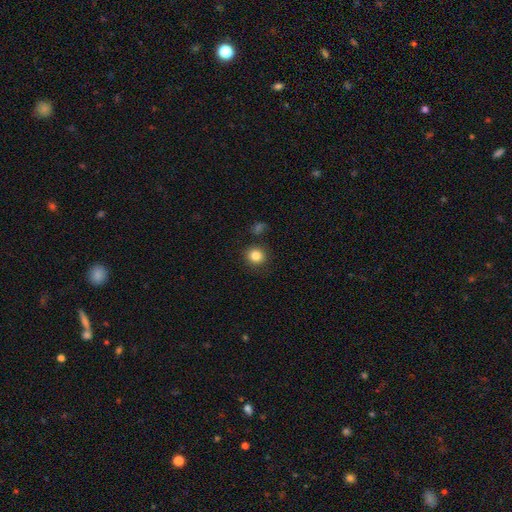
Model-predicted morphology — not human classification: Smooth or featured?
  - smooth: 84% *
  - star or artifact: 11%
  - featured or disk: 6%
How rounded?
  - round: 89% *
  - in between: 10%
  - cigar-shaped: 1%
Merging?
  - none: 87% *
  - minor disturbance: 8%
  - merger: 3%
  - major disturbance: 3%